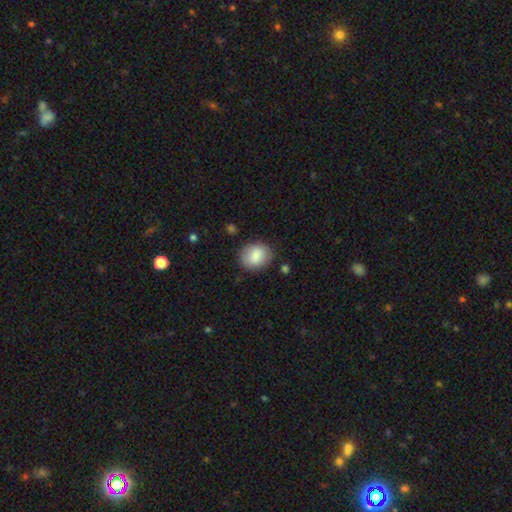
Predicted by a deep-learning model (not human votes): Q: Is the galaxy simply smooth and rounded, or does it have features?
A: smooth — 82%.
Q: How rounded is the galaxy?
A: round — 55%.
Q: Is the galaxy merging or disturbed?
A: none — 80%.